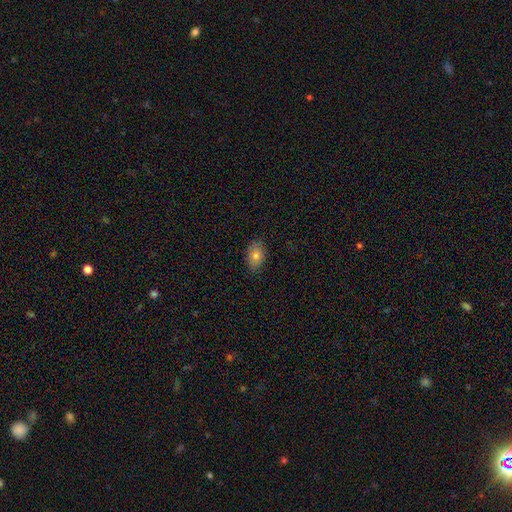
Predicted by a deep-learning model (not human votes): Smooth or featured?
  - smooth: 78% *
  - featured or disk: 12%
  - star or artifact: 9%
How rounded?
  - in between: 86% *
  - round: 12%
  - cigar-shaped: 1%
Merging?
  - none: 84% *
  - minor disturbance: 13%
  - major disturbance: 2%
  - merger: 1%